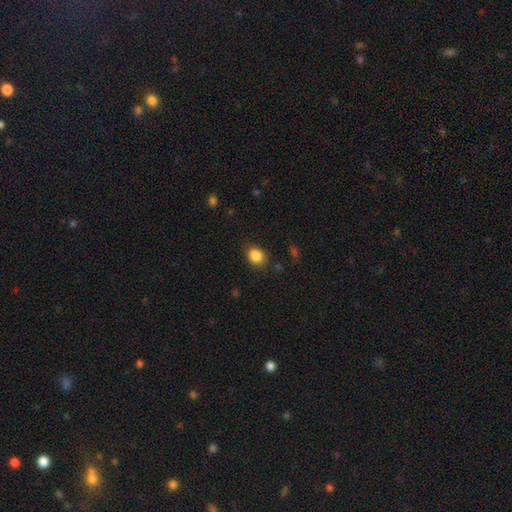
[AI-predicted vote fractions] smooth_or_featured: smooth (p=0.86) [alt: star or artifact p=0.10]
how_rounded: in between (p=0.53) [alt: round p=0.46]
merging: none (p=0.80) [alt: minor disturbance p=0.14]